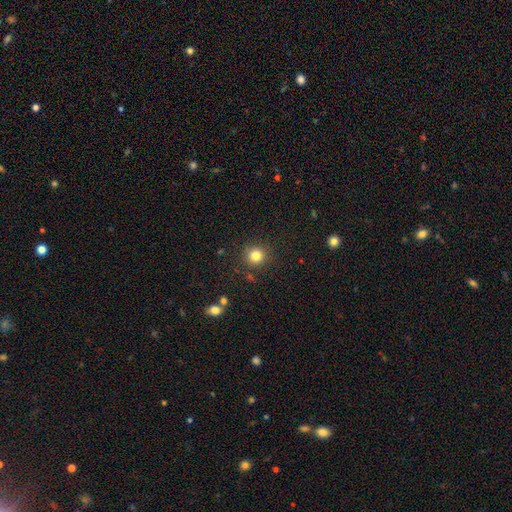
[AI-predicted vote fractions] Overall: smooth (82%). How rounded: round (93%). Merging: none (88%).